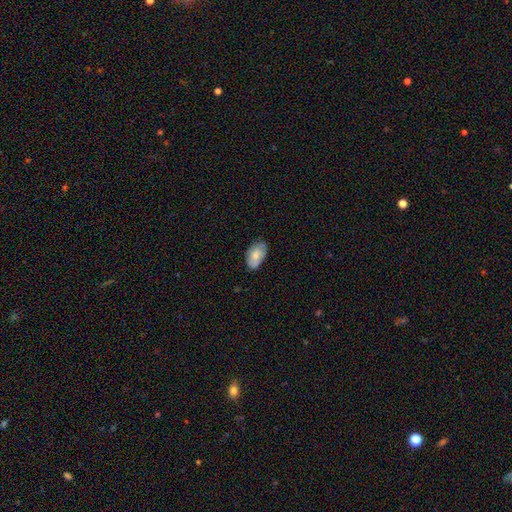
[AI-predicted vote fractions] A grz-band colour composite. It shows a smooth galaxy with no disk features (72%) that is in between round and cigar-shaped (93%). Merging: none (71%).